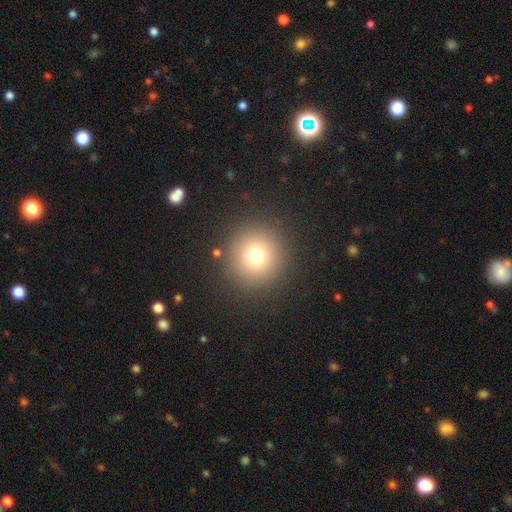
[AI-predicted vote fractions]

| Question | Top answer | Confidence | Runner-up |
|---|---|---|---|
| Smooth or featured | smooth | 73% | star or artifact (17%) |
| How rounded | round | 95% | in between (4%) |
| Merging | none | 89% | minor disturbance (6%) |